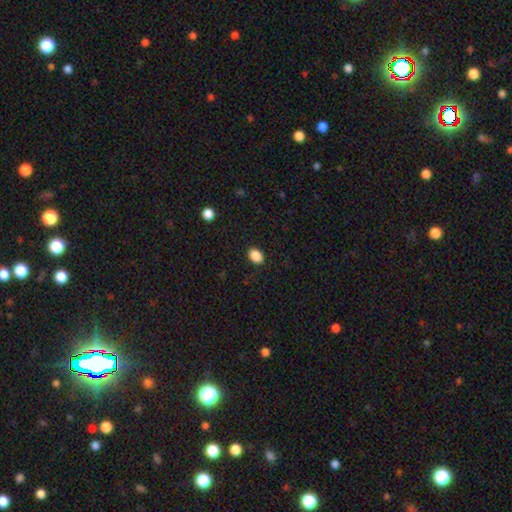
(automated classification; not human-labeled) Q: Smooth or featured?
A: smooth (89%); runner-up: star or artifact (9%)
Q: How rounded?
A: in between (75%); runner-up: round (24%)
Q: Merging?
A: none (88%); runner-up: minor disturbance (9%)